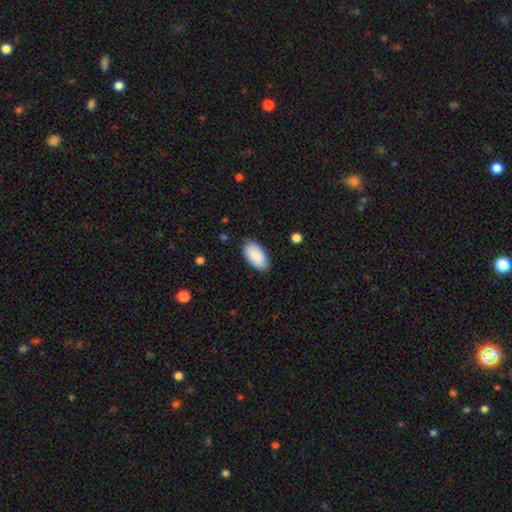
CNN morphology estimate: smooth_or_featured: smooth (p=0.90) [alt: star or artifact p=0.06]
how_rounded: in between (p=0.95) [alt: cigar-shaped p=0.03]
merging: none (p=0.84) [alt: minor disturbance p=0.12]